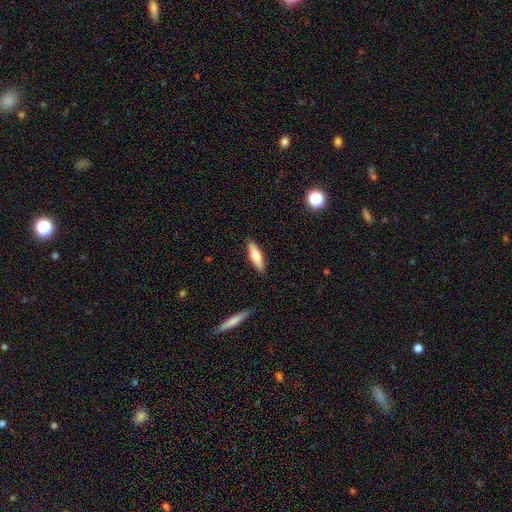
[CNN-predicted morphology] A smooth galaxy with no disk features (71%) that is cigar-shaped (66%).

Vote fractions:
- Smooth or featured? smooth: 71% / featured or disk: 23% / star or artifact: 6%
- How rounded? cigar-shaped: 66% / in between: 32% / round: 2%
- Merging? none: 88% / minor disturbance: 9% / major disturbance: 2% / merger: 1%